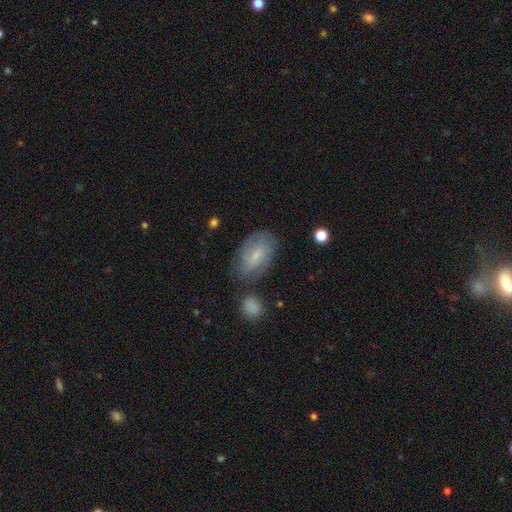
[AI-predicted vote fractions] A smooth galaxy with no disk features (59%) that is in between round and cigar-shaped (90%). Merging: none (65%).